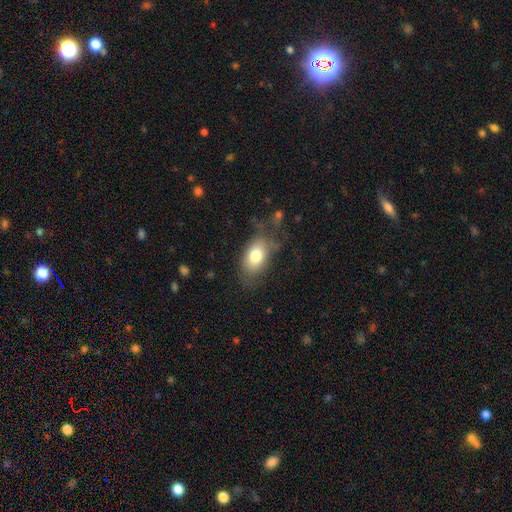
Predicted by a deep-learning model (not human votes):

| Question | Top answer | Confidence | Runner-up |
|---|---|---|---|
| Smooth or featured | smooth | 76% | featured or disk (16%) |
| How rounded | in between | 88% | round (10%) |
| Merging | none | 60% | minor disturbance (23%) |